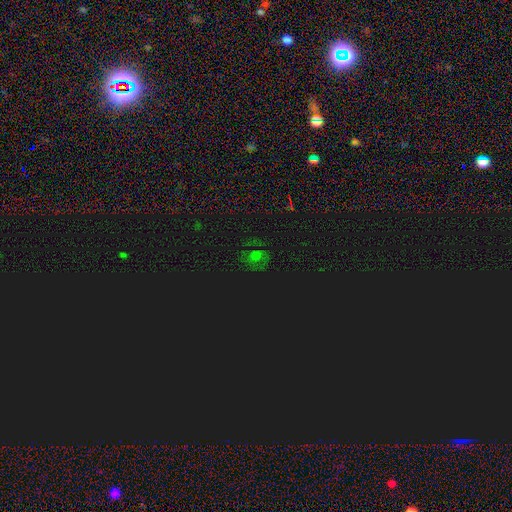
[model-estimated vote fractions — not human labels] Smooth or featured: star or artifact — 51% (smooth — 28%)